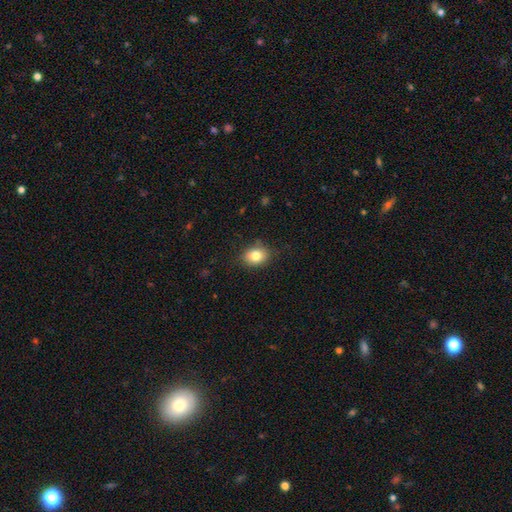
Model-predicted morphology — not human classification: Smooth or featured?
  - smooth: 82% *
  - star or artifact: 10%
  - featured or disk: 8%
How rounded?
  - in between: 60% *
  - round: 39%
  - cigar-shaped: 1%
Merging?
  - none: 83% *
  - minor disturbance: 13%
  - major disturbance: 3%
  - merger: 1%